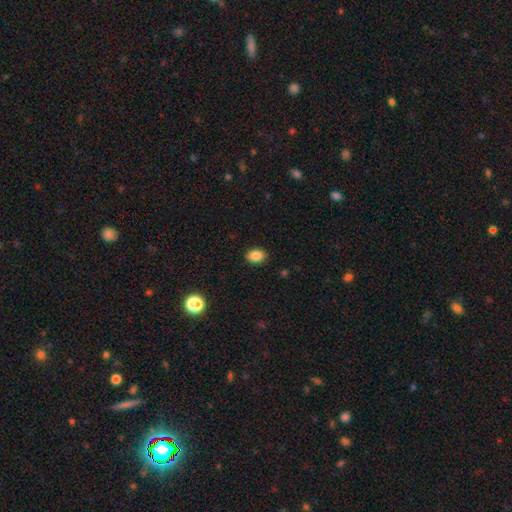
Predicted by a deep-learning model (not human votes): Smooth or featured? Predicted: smooth (p=0.85). How rounded? Predicted: in between (p=0.69). Merging? Predicted: none (p=0.88).